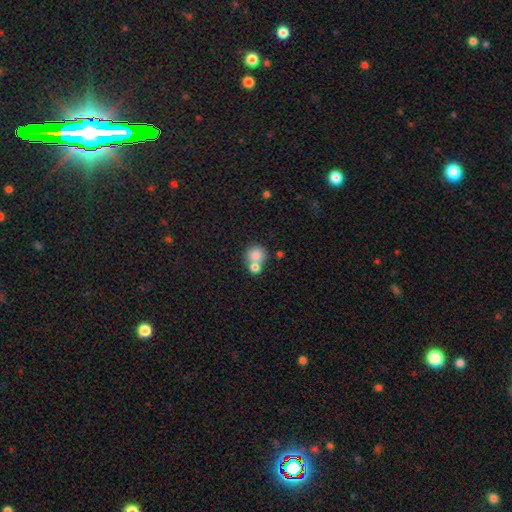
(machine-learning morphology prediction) Smooth or featured? Predicted: smooth (p=0.80). How rounded? Predicted: round (p=0.83). Merging? Predicted: merger (p=0.51).